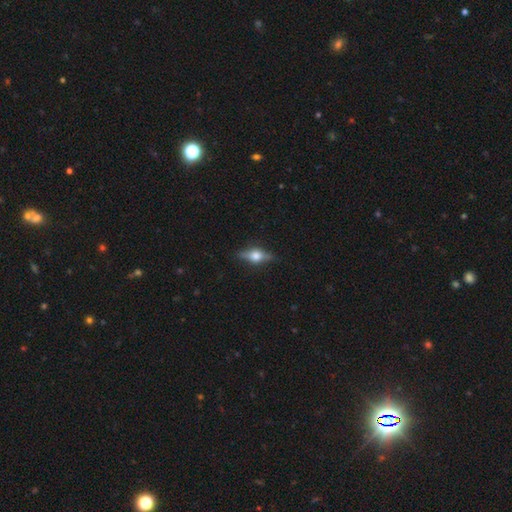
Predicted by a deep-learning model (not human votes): Morphology: type=featured or disk (62%); edge-on=yes (95%); edge-on bulge=rounded (93%); merging=none (85%).